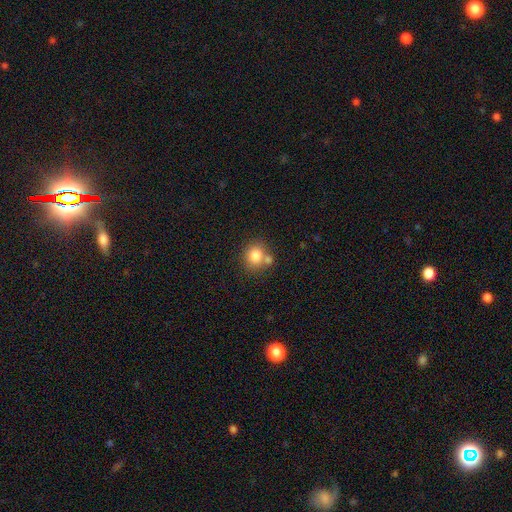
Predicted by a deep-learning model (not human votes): This is clearly a smooth galaxy (81%). How rounded: clearly round (81%). Merging: possibly none (59%).